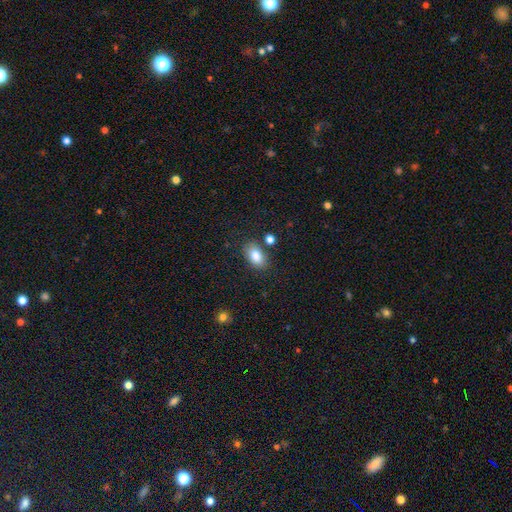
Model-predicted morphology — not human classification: smooth 85%, star or artifact 8%, featured or disk 7%. Down the decision tree: how rounded — in between (90%); merging — none (78%).